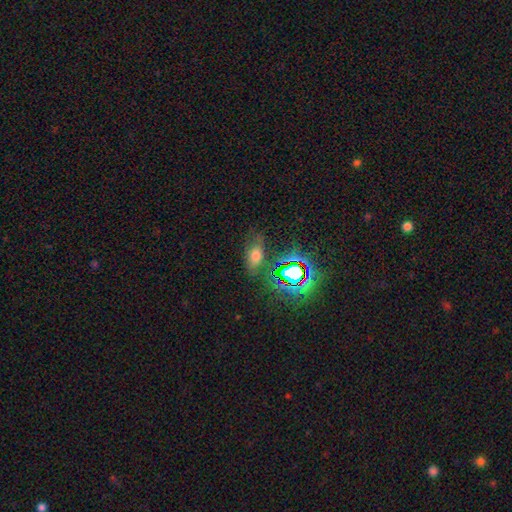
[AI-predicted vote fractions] smooth-or-featured: smooth: 57% | star or artifact: 29% | featured or disk: 14%
  how-rounded: in between: 81% | round: 10% | cigar-shaped: 9%
  merging: none: 71% | minor disturbance: 18% | major disturbance: 7% | merger: 4%